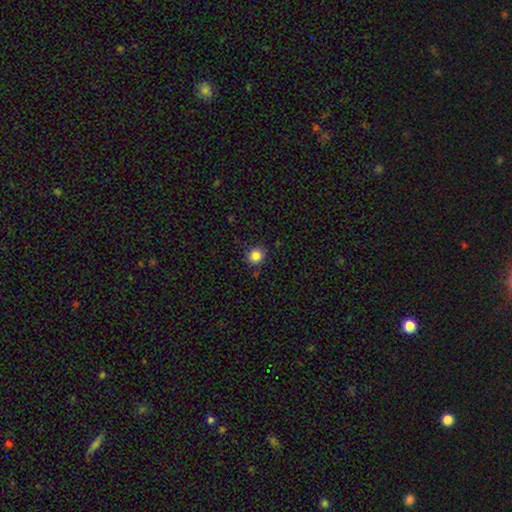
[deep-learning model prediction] Smooth or featured? Predicted: smooth (p=0.85). How rounded? Predicted: round (p=0.89). Merging? Predicted: none (p=0.85).